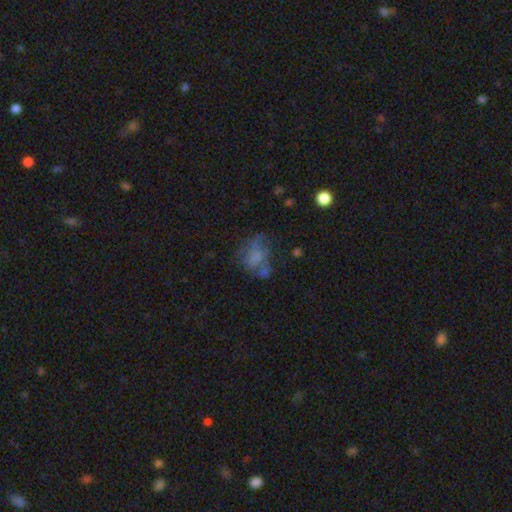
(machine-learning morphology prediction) A smooth galaxy with no disk features (54%) that is in between round and cigar-shaped (63%). Merging: none (35%).